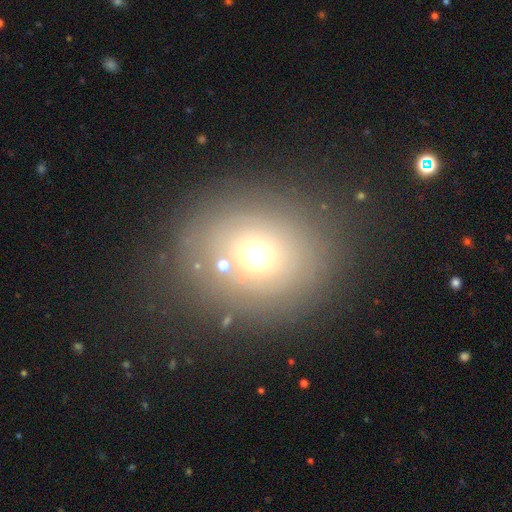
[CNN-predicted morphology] smooth-or-featured: smooth: 61% | featured or disk: 20% | star or artifact: 19%
  how-rounded: round: 71% | in between: 27% | cigar-shaped: 1%
  merging: none: 78% | minor disturbance: 11% | major disturbance: 7% | merger: 4%